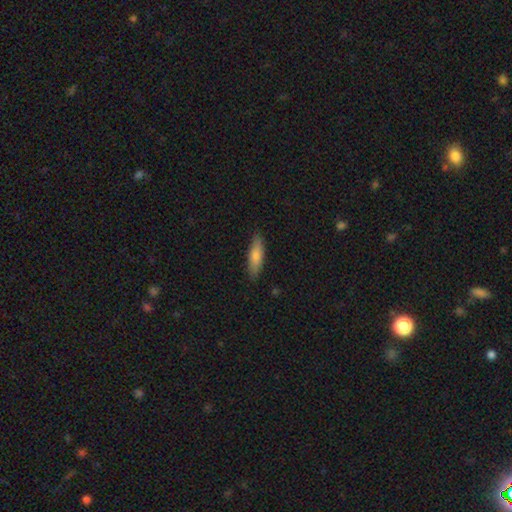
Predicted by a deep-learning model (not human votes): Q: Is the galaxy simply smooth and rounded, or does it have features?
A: smooth — 75%.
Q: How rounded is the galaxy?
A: cigar-shaped — 64%.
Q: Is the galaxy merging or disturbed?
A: none — 87%.